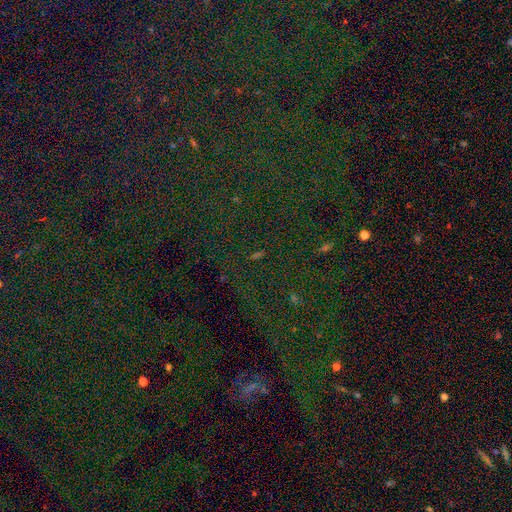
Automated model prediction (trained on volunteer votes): This appears to be a star or artifact, not a galaxy (82%).